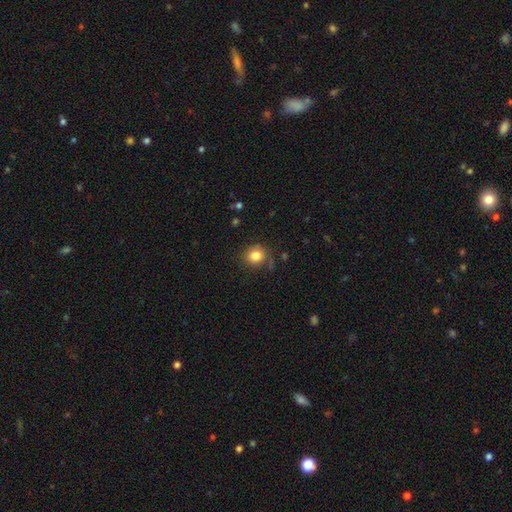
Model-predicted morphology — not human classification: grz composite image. It shows a smooth galaxy with no disk features (82%) that is round (81%). Merging: none (78%).